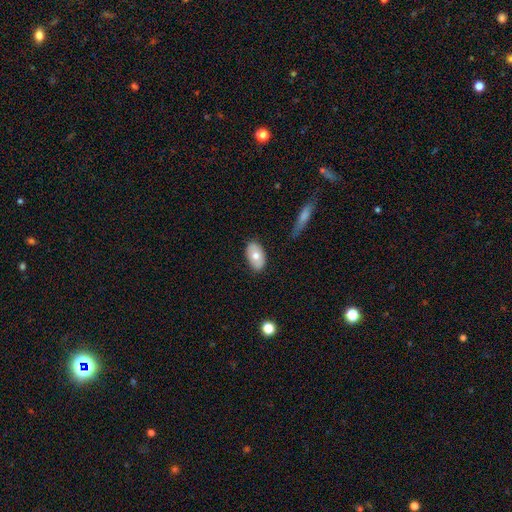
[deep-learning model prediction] Overall: smooth (70%). How rounded: in between (93%). Merging: none (83%).